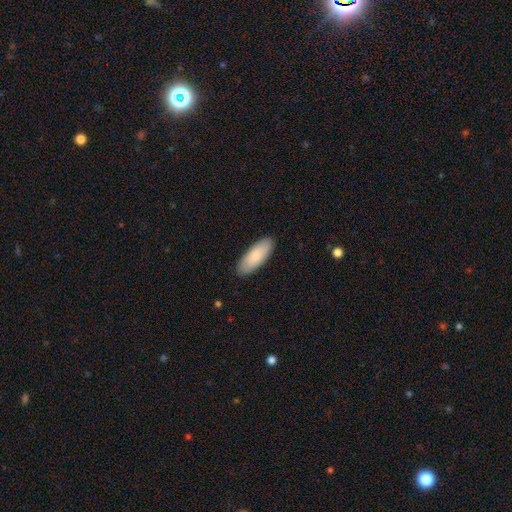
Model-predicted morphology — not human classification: Smooth or featured? Predicted: smooth (p=0.77). How rounded? Predicted: in between (p=0.76). Merging? Predicted: none (p=0.88).